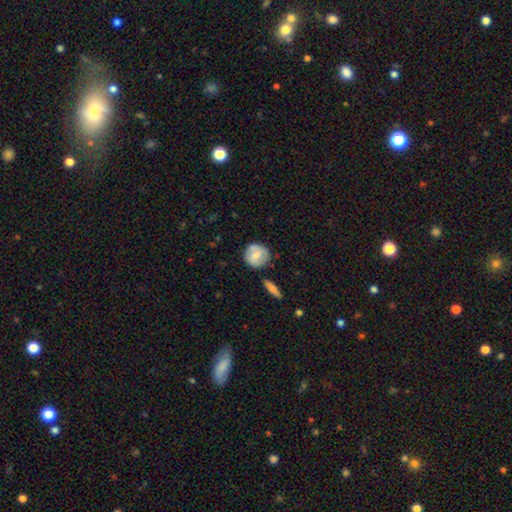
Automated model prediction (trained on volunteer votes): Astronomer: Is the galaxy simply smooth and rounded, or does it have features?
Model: smooth — 62%.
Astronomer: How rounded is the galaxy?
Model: round — 89%.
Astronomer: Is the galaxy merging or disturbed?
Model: none — 78%.